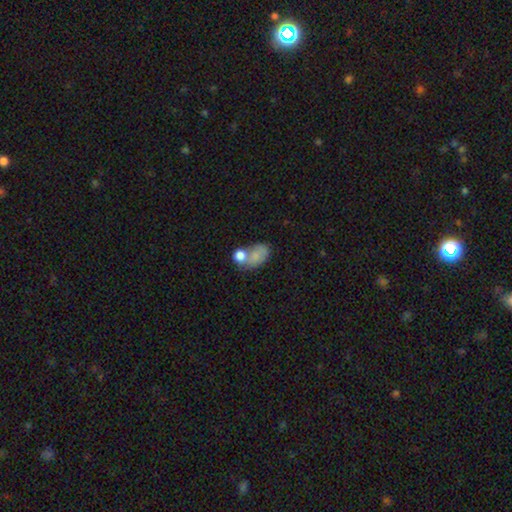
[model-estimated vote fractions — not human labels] Overall: smooth (74%). How rounded: in between (77%). Merging: merger (48%; none 26%).